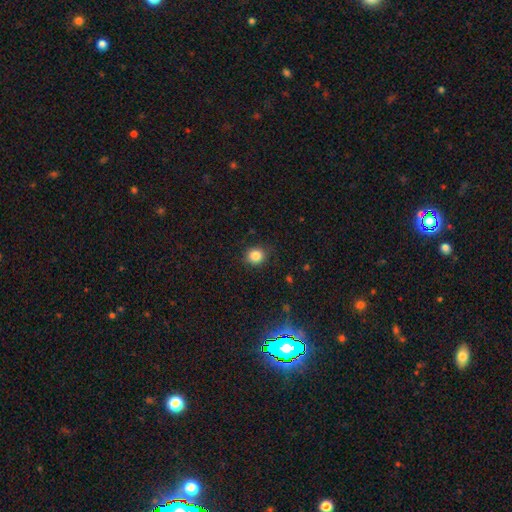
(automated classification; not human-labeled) Smooth or featured? smooth (85%)
How rounded? round (80%)
Merging? none (85%)